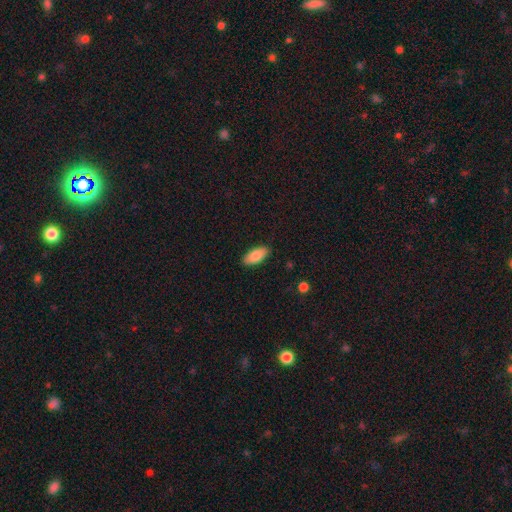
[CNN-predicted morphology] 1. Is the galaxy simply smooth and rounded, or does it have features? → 86% smooth, 8% featured or disk, 6% star or artifact.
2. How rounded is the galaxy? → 86% in between, 13% cigar-shaped, 2% round.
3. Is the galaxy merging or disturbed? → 88% none, 9% minor disturbance, 2% major disturbance, 1% merger.